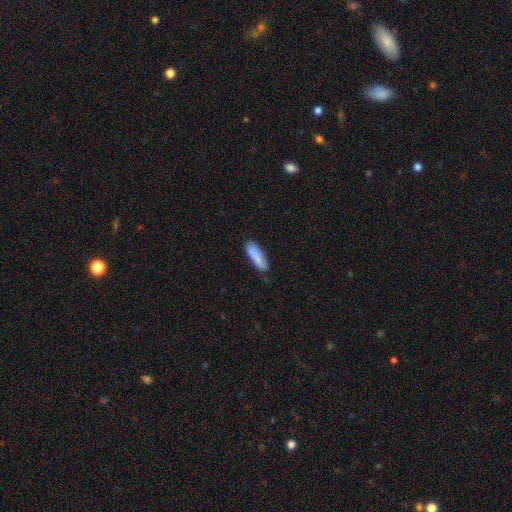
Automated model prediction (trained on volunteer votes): smooth_or_featured: smooth (p=0.83) [alt: featured or disk p=0.11]
how_rounded: cigar-shaped (p=0.59) [alt: in between p=0.40]
merging: none (p=0.78) [alt: minor disturbance p=0.17]